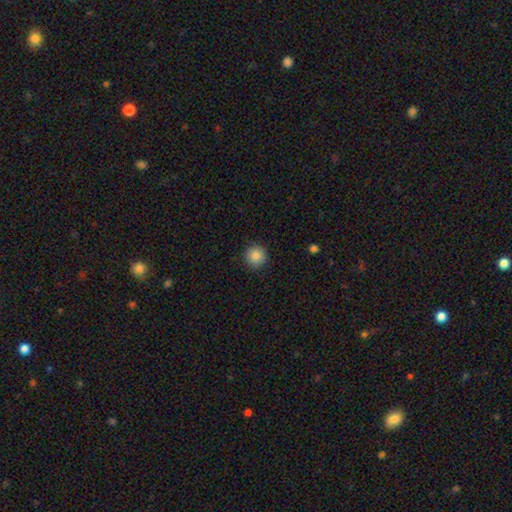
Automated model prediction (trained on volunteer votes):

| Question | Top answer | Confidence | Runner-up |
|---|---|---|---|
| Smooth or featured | smooth | 85% | star or artifact (9%) |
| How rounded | round | 95% | in between (4%) |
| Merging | none | 90% | minor disturbance (7%) |